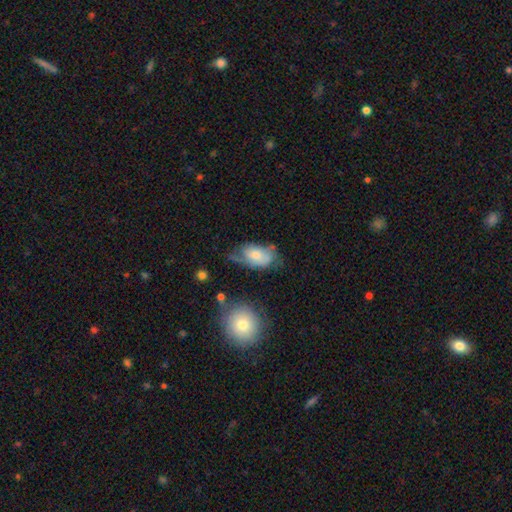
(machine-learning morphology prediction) smooth 52%, featured or disk 40%, star or artifact 8%. Down the decision tree: how rounded — in between (90%); merging — none (36%).